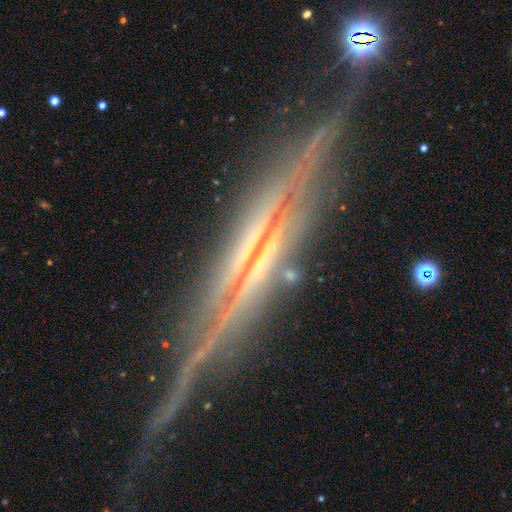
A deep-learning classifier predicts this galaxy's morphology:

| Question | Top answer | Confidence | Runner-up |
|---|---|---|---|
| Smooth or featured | featured or disk | 85% | star or artifact (8%) |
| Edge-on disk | yes | 96% | no (4%) |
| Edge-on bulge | none | 45% | boxy (28%) |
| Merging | none | 78% | minor disturbance (15%) |